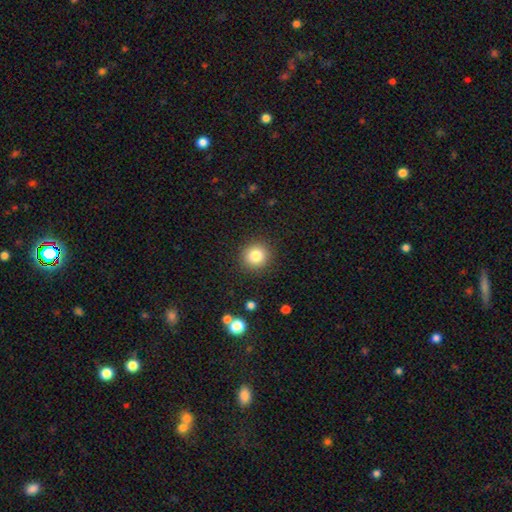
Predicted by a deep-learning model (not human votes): A smooth galaxy with no disk features (82%) that is round (92%).

Vote fractions:
- Smooth or featured? smooth: 82% / star or artifact: 11% / featured or disk: 7%
- How rounded? round: 92% / in between: 7% / cigar-shaped: 1%
- Merging? none: 90% / minor disturbance: 6% / major disturbance: 2% / merger: 1%